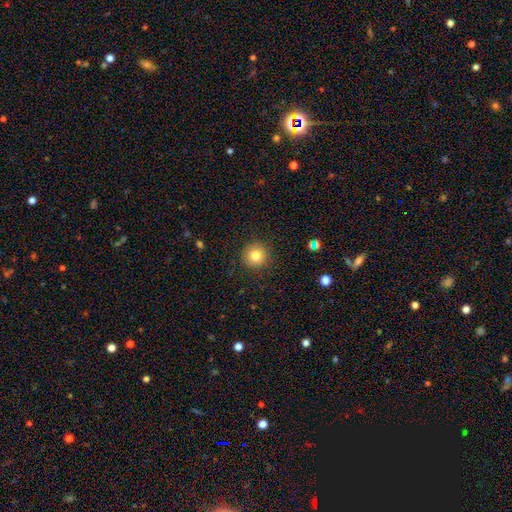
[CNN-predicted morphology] Smooth or featured? smooth (82%)
How rounded? round (95%)
Merging? none (91%)